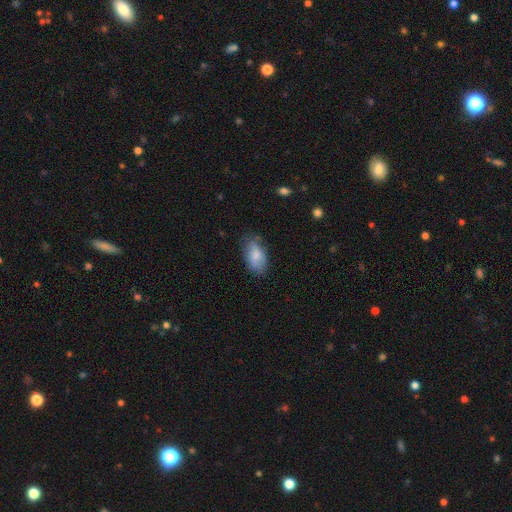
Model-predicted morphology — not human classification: Smooth or featured? smooth (78%)
How rounded? in between (93%)
Merging? none (62%)